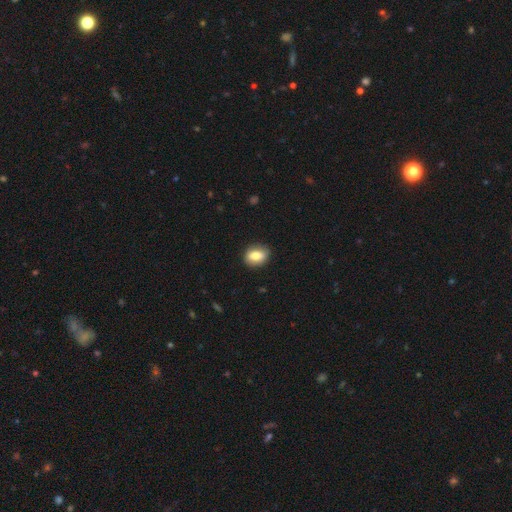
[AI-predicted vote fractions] Overall: smooth (78%). How rounded: in between (64%; round 34%). Merging: none (86%).